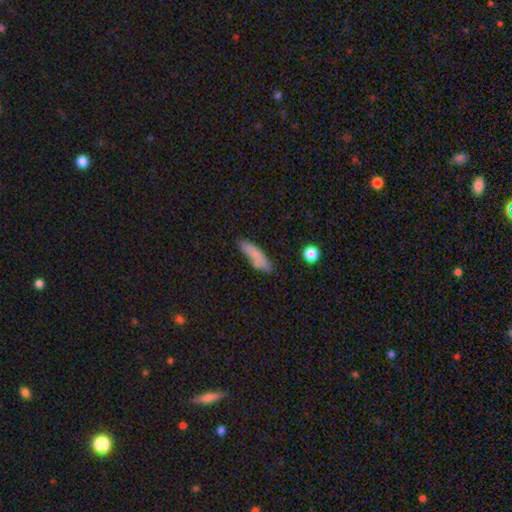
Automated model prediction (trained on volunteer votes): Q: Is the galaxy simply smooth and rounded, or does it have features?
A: smooth — 76%.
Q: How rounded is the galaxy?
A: cigar-shaped — 65%.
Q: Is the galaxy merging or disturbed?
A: none — 65%.